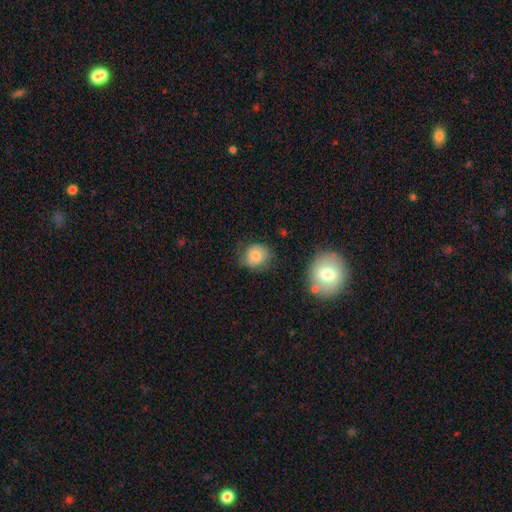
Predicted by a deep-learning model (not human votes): Smooth or featured?
  - smooth: 79% *
  - featured or disk: 12%
  - star or artifact: 9%
How rounded?
  - round: 77% *
  - in between: 22%
  - cigar-shaped: 1%
Merging?
  - none: 63% *
  - minor disturbance: 26%
  - major disturbance: 9%
  - merger: 3%